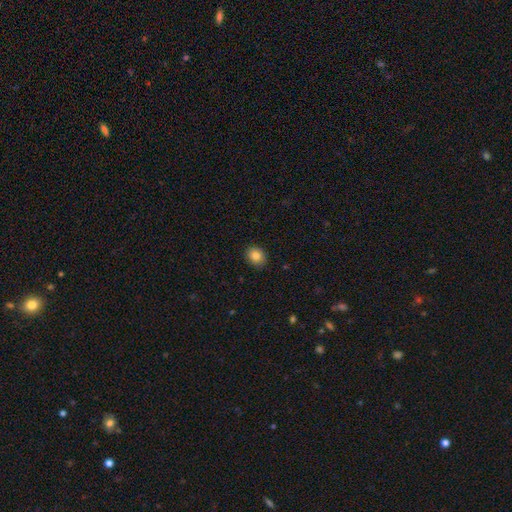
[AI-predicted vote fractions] This is clearly a smooth galaxy (83%). How rounded: likely round (61%). Merging: clearly none (90%).